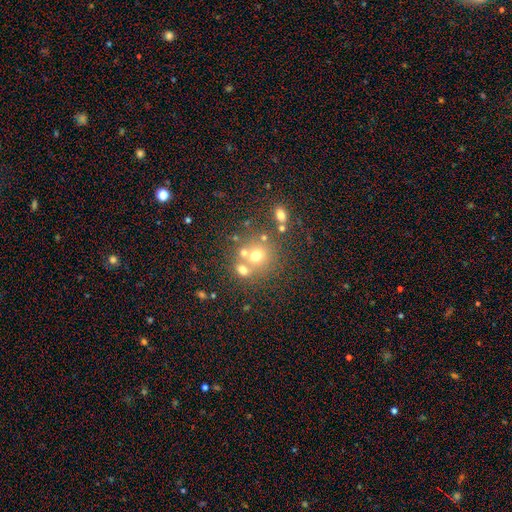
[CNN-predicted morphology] The model was most divided on "merging": none: 53%, merger: 33%, minor disturbance: 9%, major disturbance: 5%. More confident: how rounded — round (83%); smooth or featured — smooth (61%).